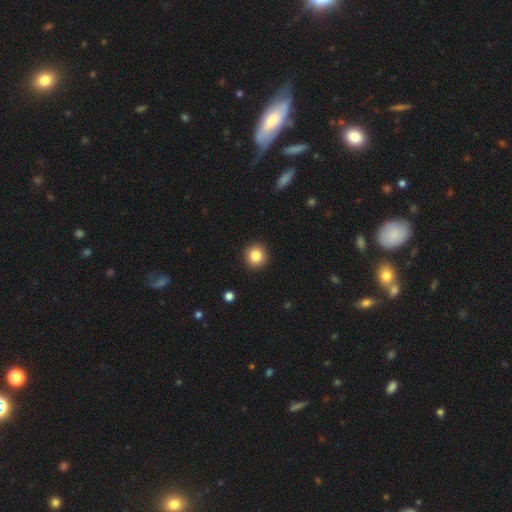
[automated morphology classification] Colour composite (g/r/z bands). It shows a smooth galaxy with no disk features (85%) that is round (94%). Merging: none (92%).